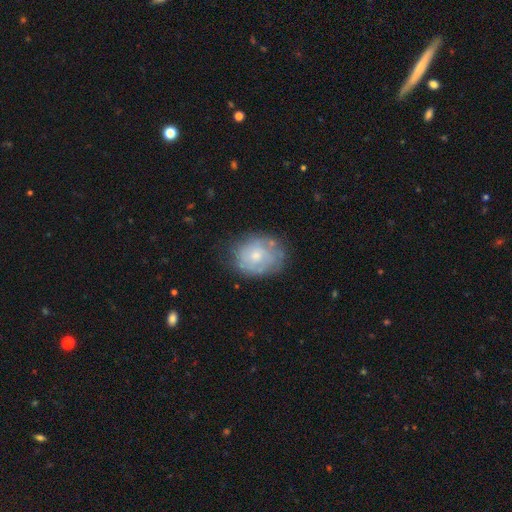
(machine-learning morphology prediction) A featured or disk galaxy (50%).

Vote fractions:
- Smooth or featured? featured or disk: 50% / smooth: 42% / star or artifact: 7%
- Edge-on disk? no: 97% / yes: 3%
- Merging? none: 65% / minor disturbance: 23% / major disturbance: 9% / merger: 3%